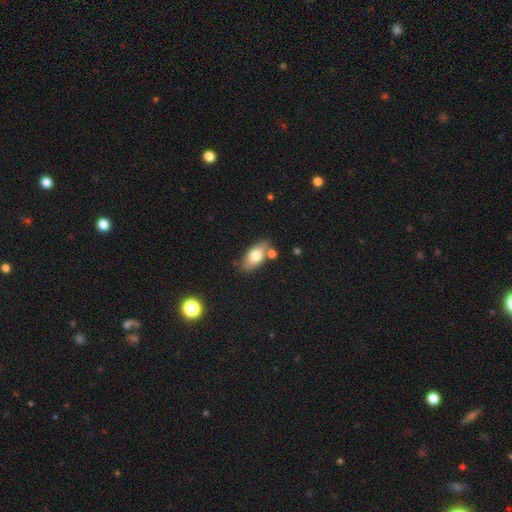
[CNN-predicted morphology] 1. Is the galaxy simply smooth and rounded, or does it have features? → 72% smooth, 20% featured or disk, 7% star or artifact.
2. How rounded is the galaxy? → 88% in between, 7% cigar-shaped, 5% round.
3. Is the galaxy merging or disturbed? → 70% none, 15% minor disturbance, 12% merger, 4% major disturbance.